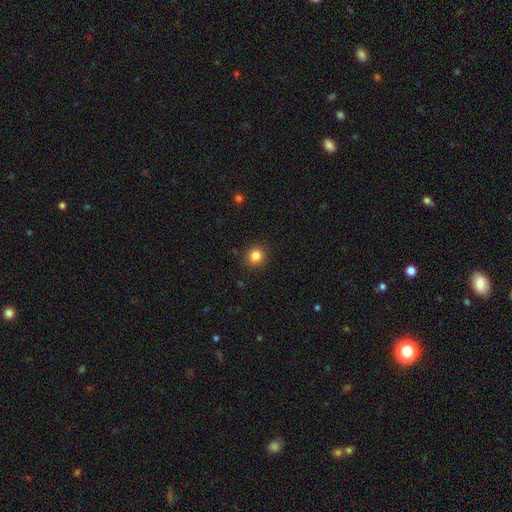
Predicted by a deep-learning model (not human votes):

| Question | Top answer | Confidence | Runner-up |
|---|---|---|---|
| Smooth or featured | smooth | 84% | star or artifact (11%) |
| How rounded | round | 87% | in between (12%) |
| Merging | none | 89% | minor disturbance (7%) |